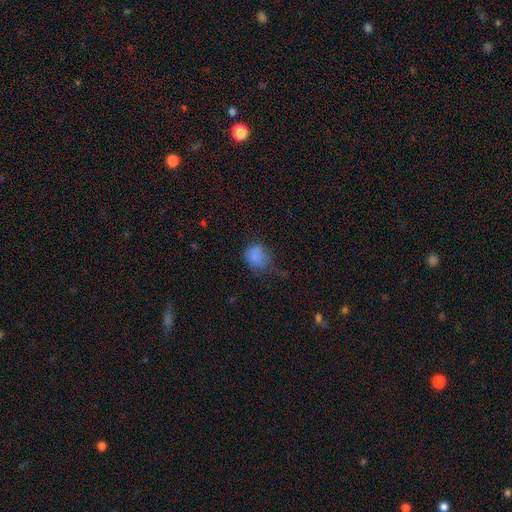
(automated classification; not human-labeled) This appears to be a smooth galaxy with no disk features (79%) that is round (63%). Merging: none (46%).